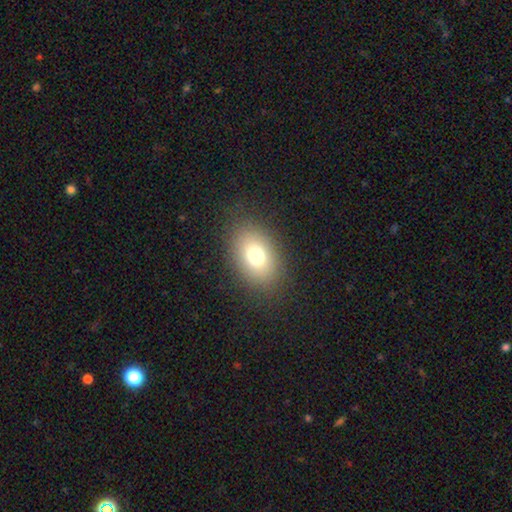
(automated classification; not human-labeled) Smooth or featured? smooth (75%)
How rounded? in between (76%)
Merging? none (84%)